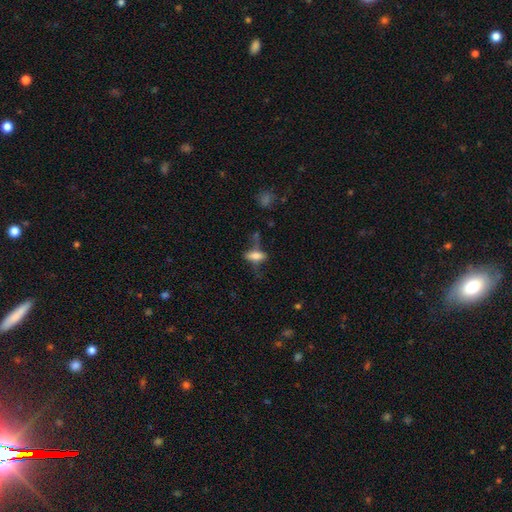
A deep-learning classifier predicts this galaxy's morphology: A smooth galaxy with no disk features (55%) that is in between round and cigar-shaped (63%).

Vote fractions:
- Smooth or featured? smooth: 55% / featured or disk: 34% / star or artifact: 11%
- How rounded? in between: 63% / cigar-shaped: 32% / round: 5%
- Merging? none: 49% / minor disturbance: 23% / major disturbance: 19% / merger: 9%